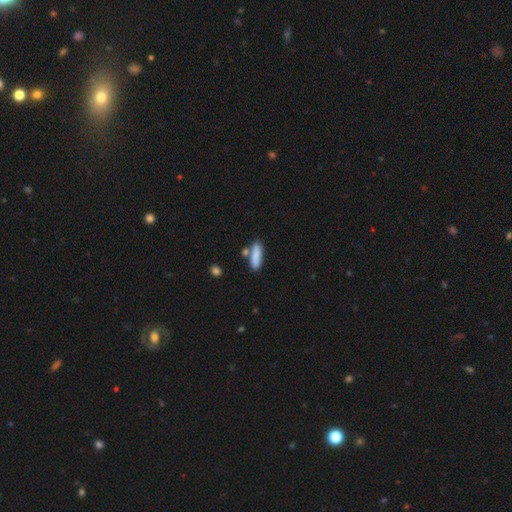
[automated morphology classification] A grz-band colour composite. It shows a smooth galaxy with no disk features (86%) that is cigar-shaped (55%). Merging: none (72%).